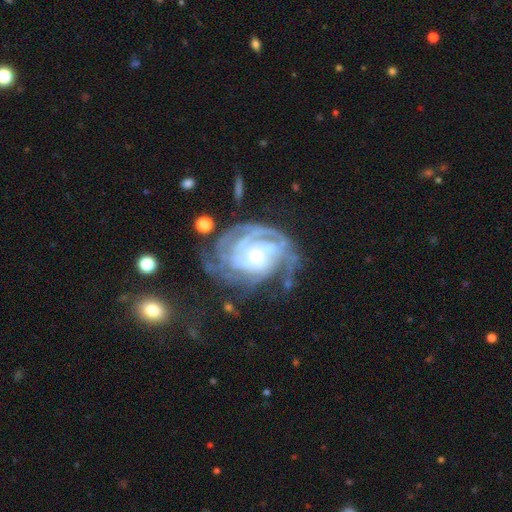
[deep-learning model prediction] featured or disk 89%, smooth 6%, star or artifact 5%. Down the decision tree: edge-on disk — no (98%); bar — no (59%); spiral arms — yes (96%); spiral arm count — can't tell (32%); spiral winding — tight (67%); bulge size — small (50%); merging — none (53%).